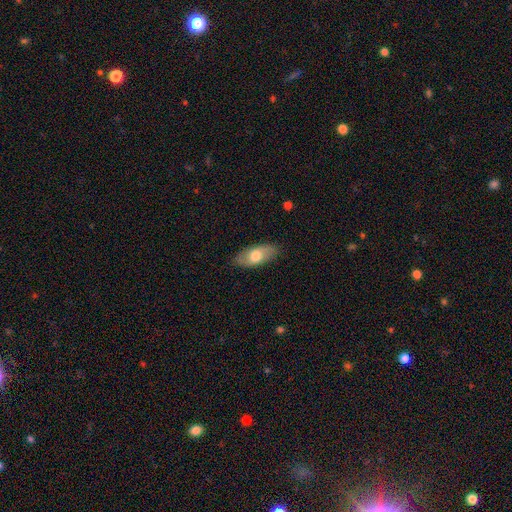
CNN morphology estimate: smooth_or_featured: smooth (p=0.65) [alt: featured or disk p=0.29]
how_rounded: in between (p=0.85) [alt: cigar-shaped p=0.12]
merging: none (p=0.85) [alt: minor disturbance p=0.12]